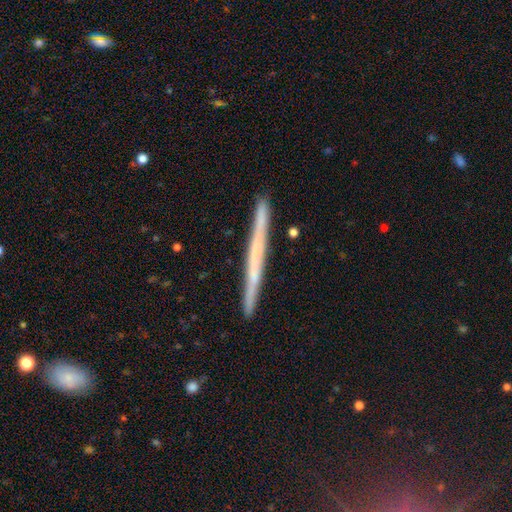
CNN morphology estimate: Smooth or featured? Predicted: featured or disk (p=0.53). Edge-on disk? Predicted: yes (p=0.97). Edge-on bulge? Predicted: none (p=0.87). Merging? Predicted: none (p=0.91).